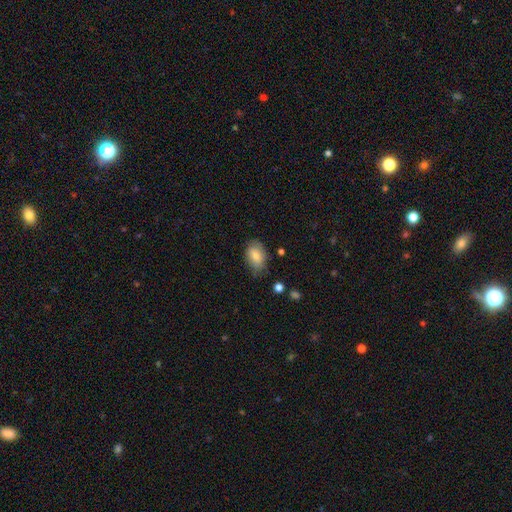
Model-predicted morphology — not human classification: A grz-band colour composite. It shows a smooth galaxy with no disk features (78%) that is in between round and cigar-shaped (86%). Merging: none (68%).